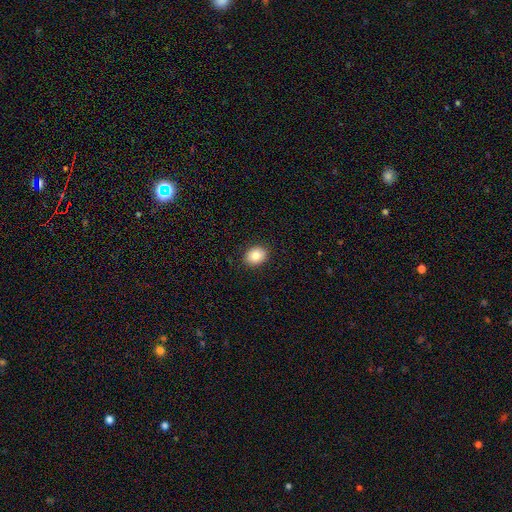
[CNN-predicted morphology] Smooth or featured?
  - smooth: 82% *
  - featured or disk: 9%
  - star or artifact: 9%
How rounded?
  - in between: 54% *
  - round: 46%
  - cigar-shaped: 1%
Merging?
  - none: 90% *
  - minor disturbance: 7%
  - major disturbance: 2%
  - merger: 1%